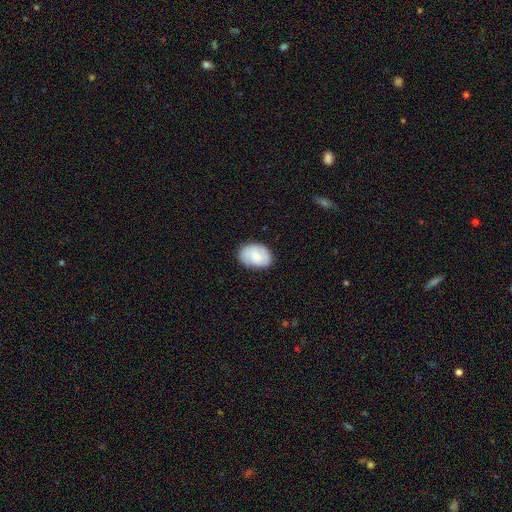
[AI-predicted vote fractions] Morphology: type=smooth (62%); roundness=in between (78%); merging=none (78%).